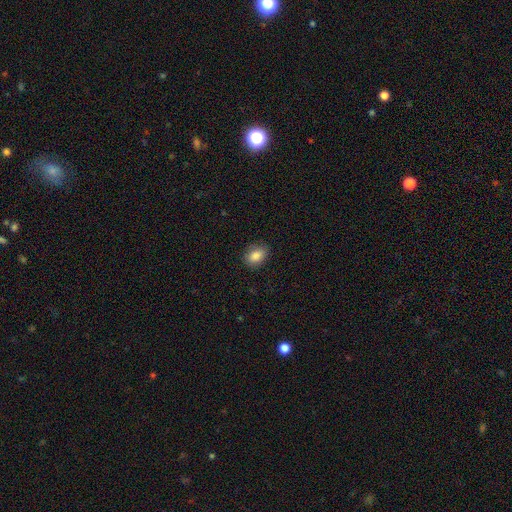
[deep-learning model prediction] smooth-or-featured: smooth: 86% | star or artifact: 8% | featured or disk: 6%
  how-rounded: in between: 76% | round: 23% | cigar-shaped: 1%
  merging: none: 85% | minor disturbance: 12% | major disturbance: 3% | merger: 1%